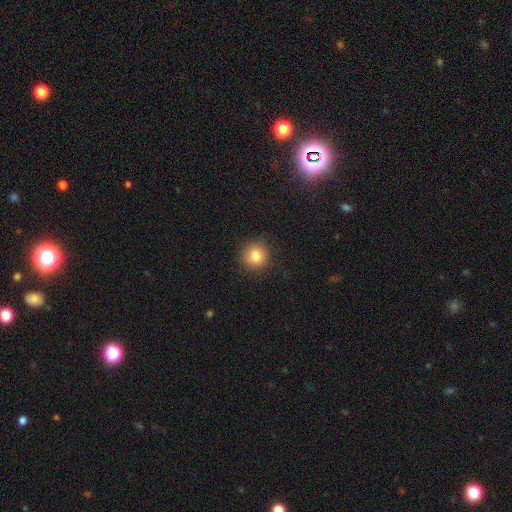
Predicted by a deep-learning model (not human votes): Morphology: type=smooth (81%); roundness=round (93%); merging=none (90%).